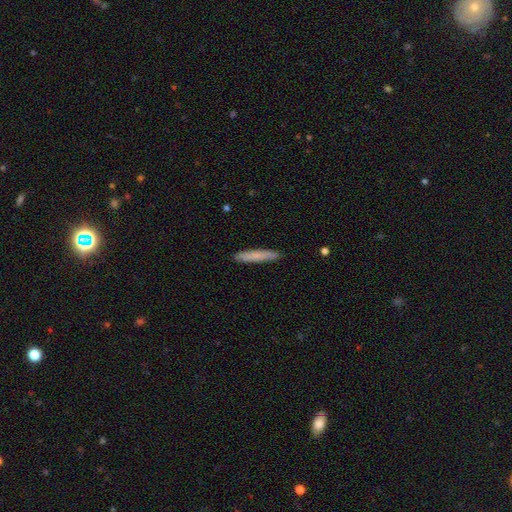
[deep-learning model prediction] smooth-or-featured: smooth: 77% | featured or disk: 17% | star or artifact: 6%
  how-rounded: cigar-shaped: 93% | in between: 5% | round: 1%
  merging: none: 90% | minor disturbance: 8% | major disturbance: 1% | merger: 1%